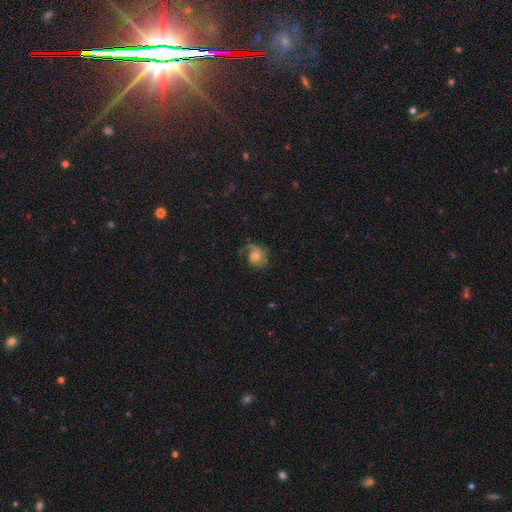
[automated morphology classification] smooth-or-featured: featured or disk: 74% | smooth: 18% | star or artifact: 8%
  disk-edge-on: no: 98% | yes: 2%
    bar: no: 61% | weak: 33% | strong: 5%
    has-spiral-arms: yes: 94% | no: 6%
      spiral-winding: medium: 46% | loose: 33% | tight: 21%
      spiral-arm-count: 2: 50% | 1: 40% | can't tell: 6% | 3: 2% | 4: 1% | more than 4: 1%
    bulge-size: moderate: 50% | small: 26% | large: 15% | none: 7% | dominant: 2%
  merging: none: 59% | major disturbance: 20% | minor disturbance: 20% | merger: 2%